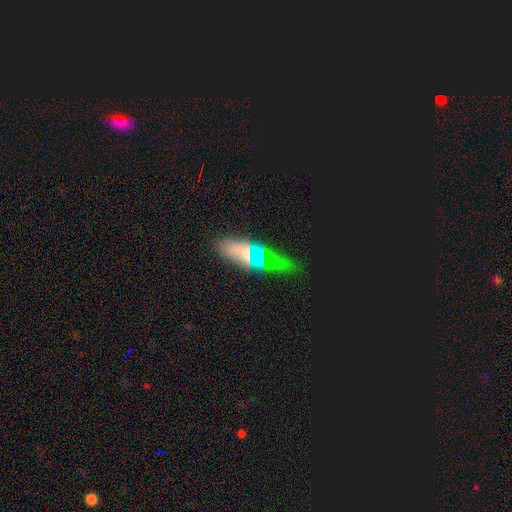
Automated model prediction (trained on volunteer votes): smooth_or_featured: smooth (p=0.44) [alt: star or artifact p=0.29]
merging: none (p=0.68) [alt: minor disturbance p=0.19]